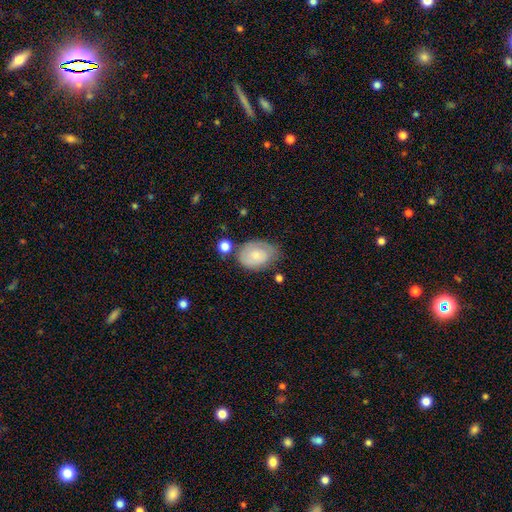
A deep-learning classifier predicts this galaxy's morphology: Q: Smooth or featured?
A: smooth (67%); runner-up: featured or disk (26%)
Q: How rounded?
A: in between (80%); runner-up: round (19%)
Q: Merging?
A: none (52%); runner-up: minor disturbance (30%)